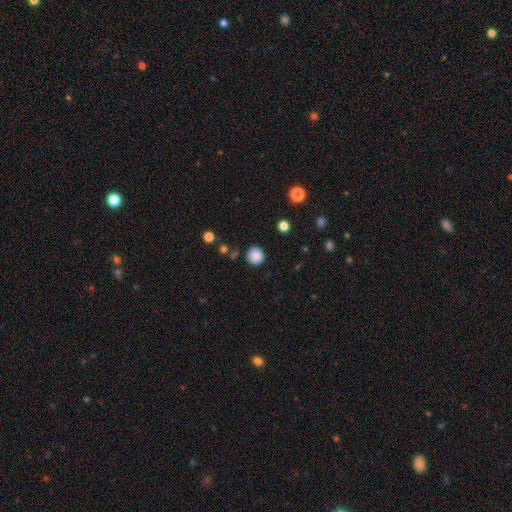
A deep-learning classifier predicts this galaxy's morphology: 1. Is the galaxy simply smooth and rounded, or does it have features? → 86% smooth, 10% star or artifact, 4% featured or disk.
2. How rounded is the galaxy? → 93% round, 6% in between, 1% cigar-shaped.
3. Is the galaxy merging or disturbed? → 88% none, 8% minor disturbance, 2% major disturbance, 2% merger.